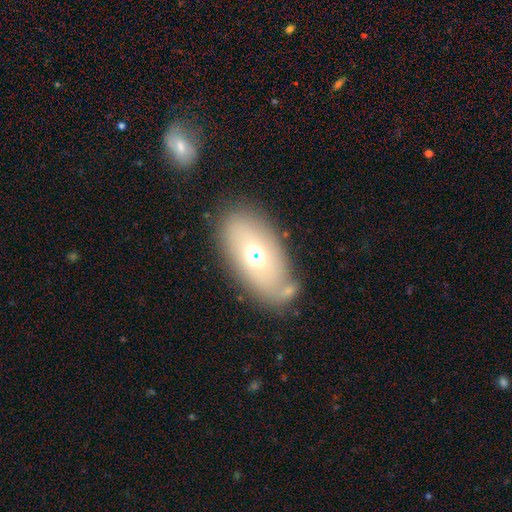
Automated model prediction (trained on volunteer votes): A smooth galaxy with no disk features (58%) that is in between round and cigar-shaped (89%). Merging: none (67%).